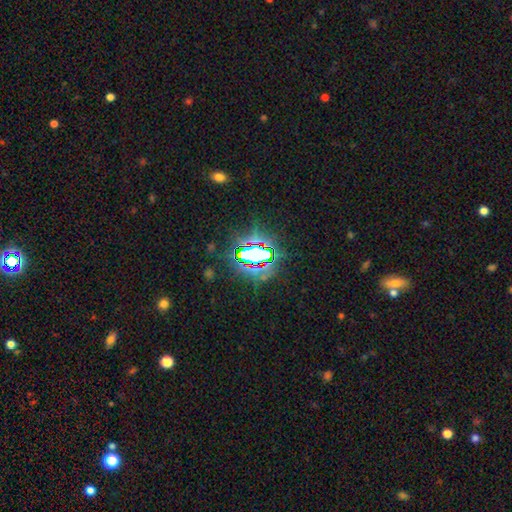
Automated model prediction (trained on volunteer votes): Smooth or featured?
  - star or artifact: 72% *
  - smooth: 16%
  - featured or disk: 12%